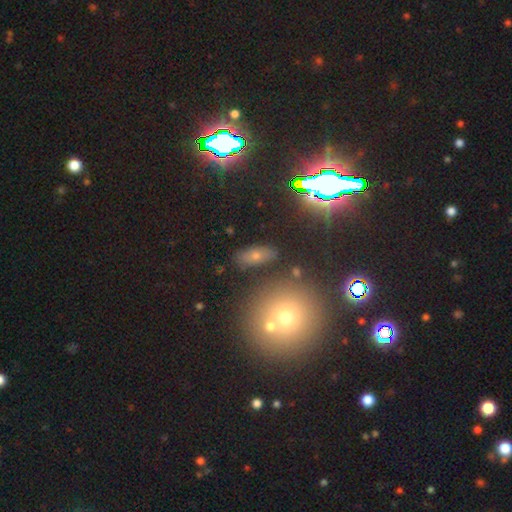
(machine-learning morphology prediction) star or artifact 50%, smooth 34%, featured or disk 16%.